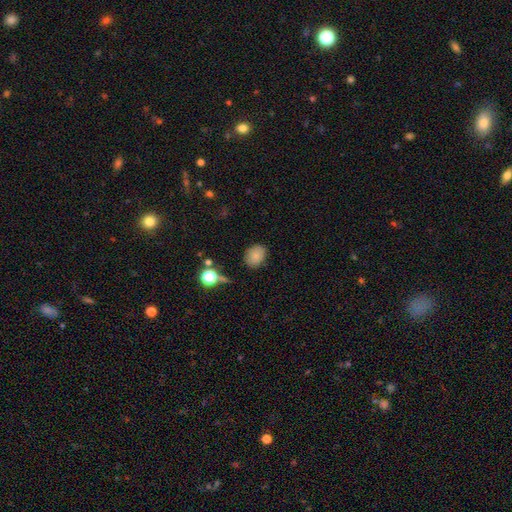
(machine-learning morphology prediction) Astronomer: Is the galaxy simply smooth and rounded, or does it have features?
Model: smooth — 81%.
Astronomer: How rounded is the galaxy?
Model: in between — 58% (runner-up: round, 41%).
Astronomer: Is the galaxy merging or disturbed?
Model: none — 78%.